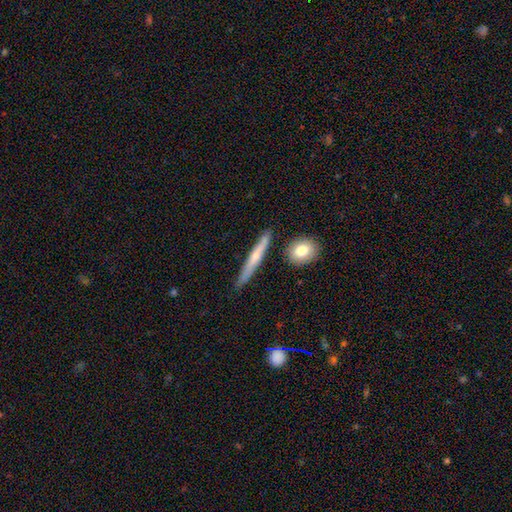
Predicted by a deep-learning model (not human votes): Overall: featured or disk (51%; smooth 42%). Edge-on disk: yes (93%). Merging: none (82%).